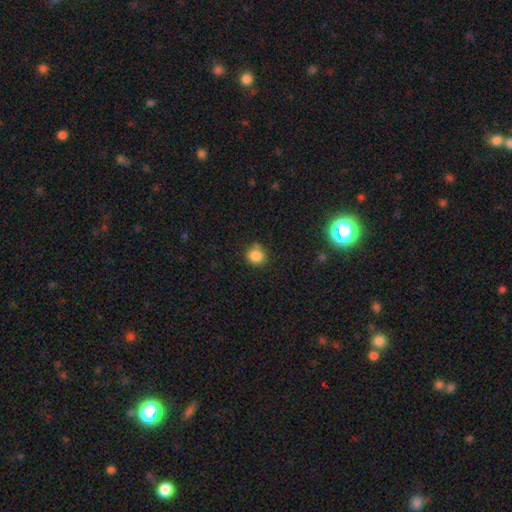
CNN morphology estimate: Overall: smooth (84%). How rounded: round (89%). Merging: none (76%).